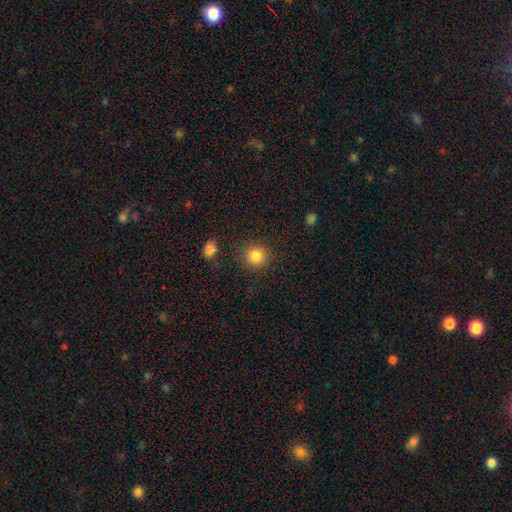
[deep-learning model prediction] smooth 85%, star or artifact 10%, featured or disk 4%. Down the decision tree: how rounded — round (91%); merging — none (87%).